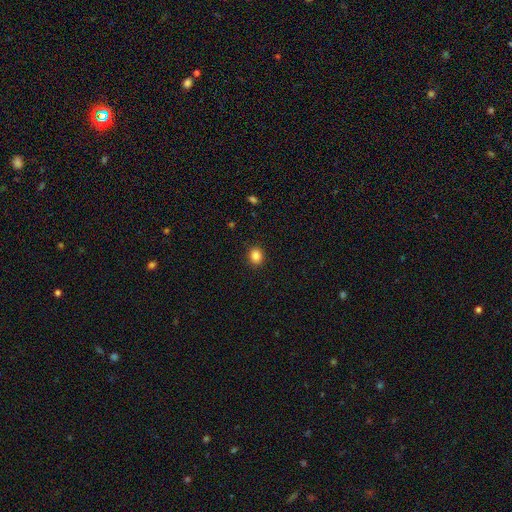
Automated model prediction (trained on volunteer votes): Smooth or featured? smooth (85%)
How rounded? round (68%)
Merging? none (91%)